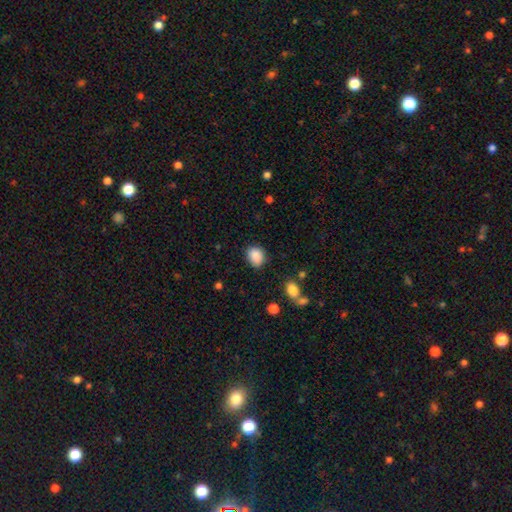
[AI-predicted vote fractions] Smooth or featured? Predicted: smooth (p=0.87). How rounded? Predicted: in between (p=0.51). Merging? Predicted: none (p=0.75).